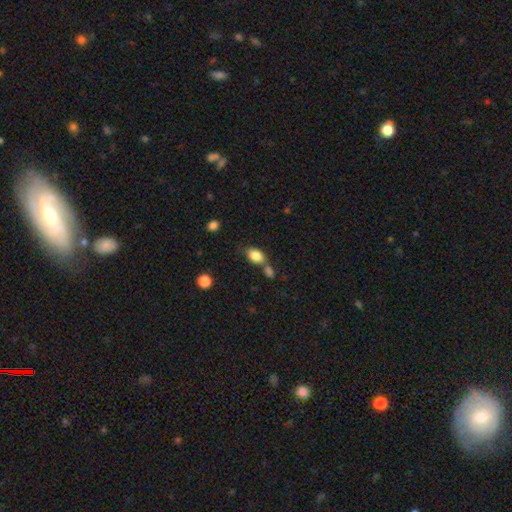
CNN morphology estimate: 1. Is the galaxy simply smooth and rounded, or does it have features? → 83% smooth, 9% star or artifact, 8% featured or disk.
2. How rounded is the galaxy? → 81% in between, 17% round, 2% cigar-shaped.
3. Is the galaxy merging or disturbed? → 46% none, 35% merger, 14% minor disturbance, 5% major disturbance.